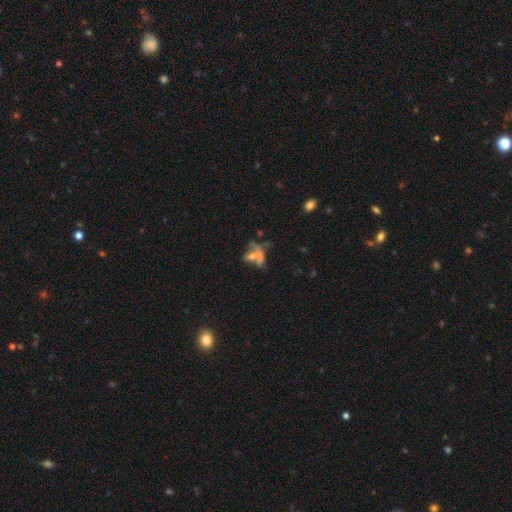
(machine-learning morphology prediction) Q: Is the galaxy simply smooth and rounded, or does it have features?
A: smooth — 46%.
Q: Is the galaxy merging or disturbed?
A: merger — 47%.